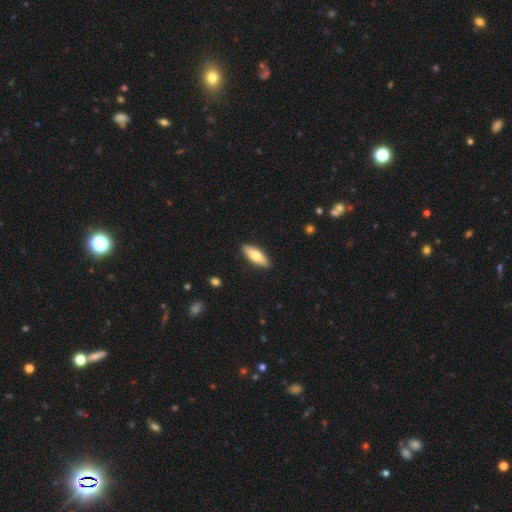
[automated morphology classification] This appears to be a smooth galaxy with no disk features (70%) that is in between round and cigar-shaped (66%). Merging: none (90%).